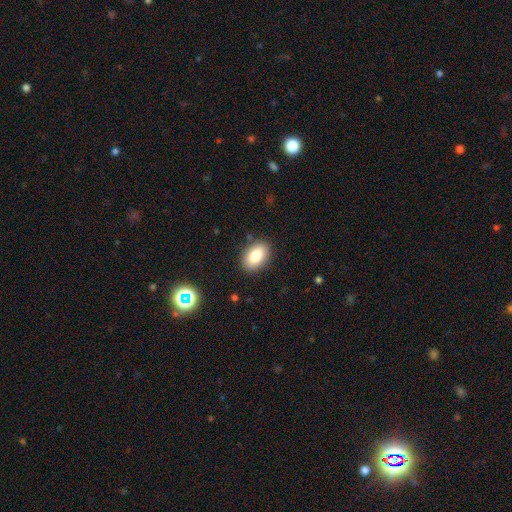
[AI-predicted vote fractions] A smooth galaxy with no disk features (81%) that is in between round and cigar-shaped (87%). Merging: none (87%).